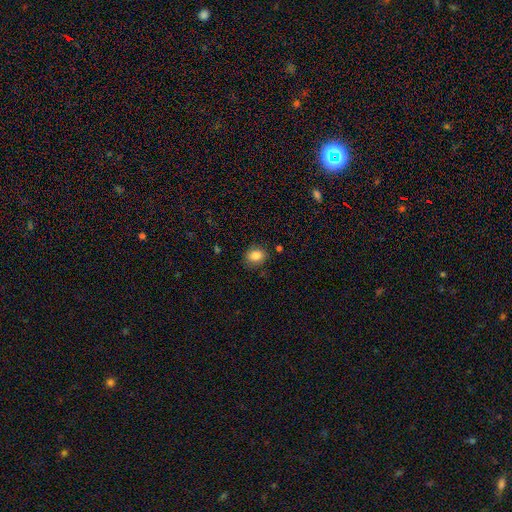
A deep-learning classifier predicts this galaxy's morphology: Smooth or featured: smooth — 84% (star or artifact — 10%)
How rounded: round — 50% (in between — 49%)
Merging: none — 83% (minor disturbance — 13%)